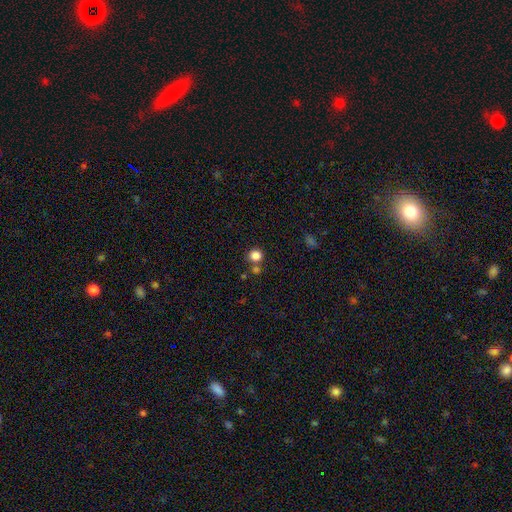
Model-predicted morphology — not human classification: Smooth or featured? smooth (83%)
How rounded? round (92%)
Merging? none (72%)